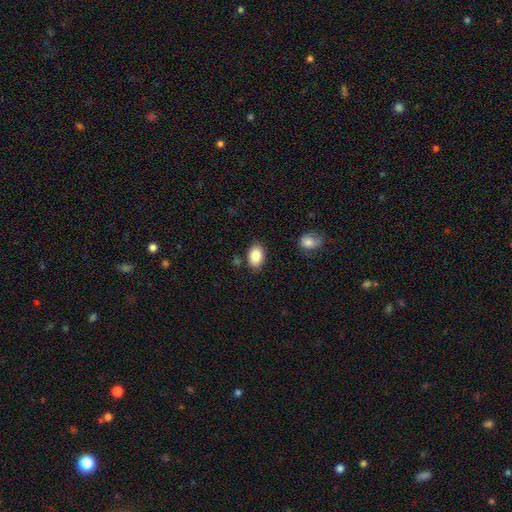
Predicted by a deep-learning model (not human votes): A smooth galaxy with no disk features (87%) that is in between round and cigar-shaped (88%). Merging: none (83%).